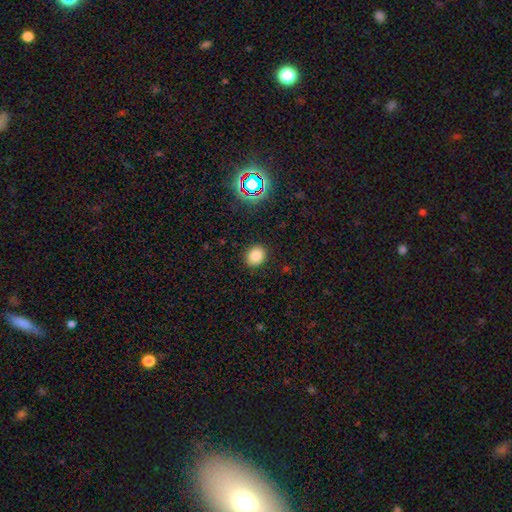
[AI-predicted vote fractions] The model was most divided on "how rounded": round: 61%, in between: 38%, cigar-shaped: 1%. More confident: merging — none (89%); smooth or featured — smooth (83%).